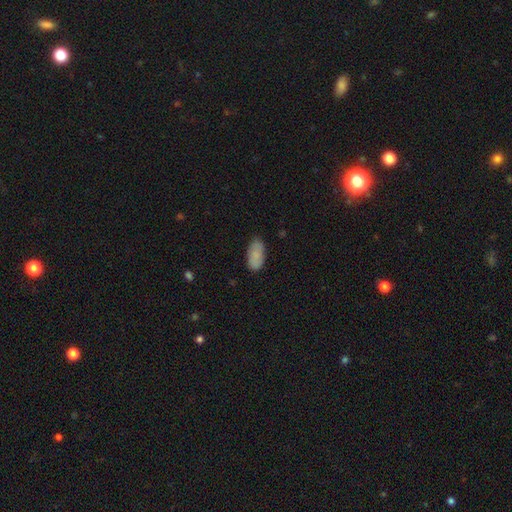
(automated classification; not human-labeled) smooth_or_featured: smooth (p=0.83) [alt: featured or disk p=0.10]
how_rounded: in between (p=0.94) [alt: cigar-shaped p=0.04]
merging: none (p=0.79) [alt: minor disturbance p=0.17]